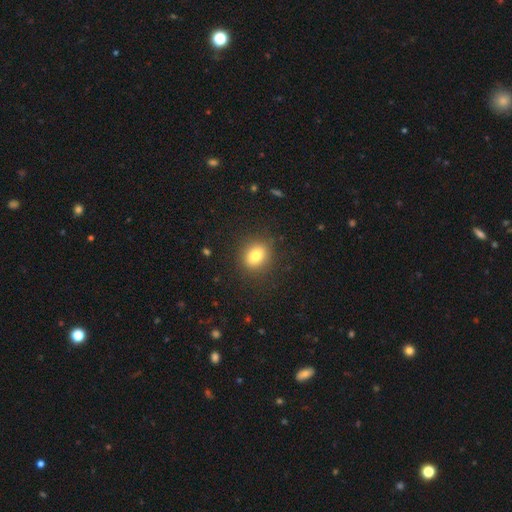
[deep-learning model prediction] Smooth or featured? smooth (79%)
How rounded? round (57%)
Merging? none (87%)